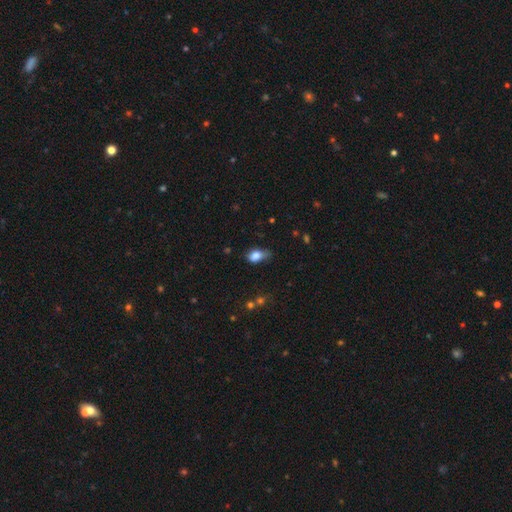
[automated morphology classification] The model was most divided on "merging": minor disturbance: 43%, none: 38%, major disturbance: 16%, merger: 3%. More confident: how rounded — in between (81%); smooth or featured — smooth (80%).